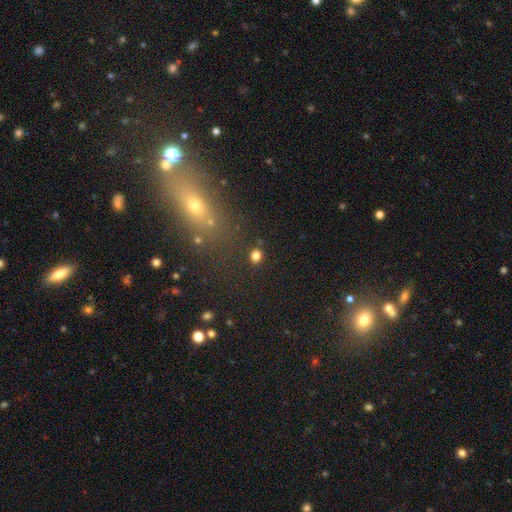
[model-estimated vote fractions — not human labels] Q: Smooth or featured?
A: smooth (80%); runner-up: star or artifact (15%)
Q: How rounded?
A: round (59%); runner-up: in between (40%)
Q: Merging?
A: none (85%); runner-up: minor disturbance (9%)